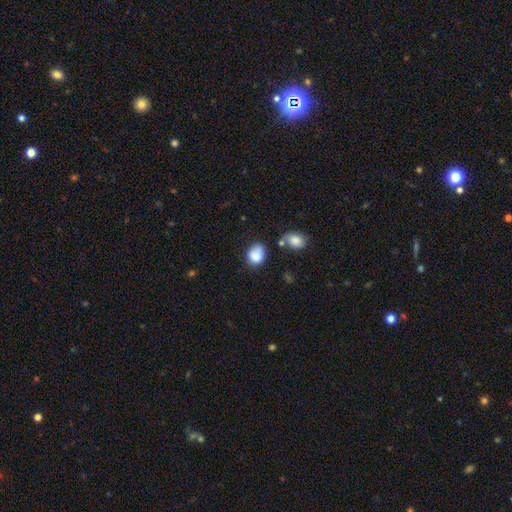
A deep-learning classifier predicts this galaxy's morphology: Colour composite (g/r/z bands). It shows a smooth galaxy with no disk features (83%) that is in between round and cigar-shaped (61%). Merging: none (48%).